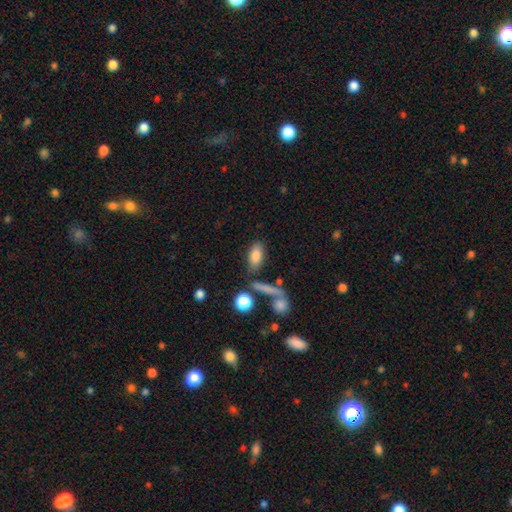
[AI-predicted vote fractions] smooth 81%, featured or disk 11%, star or artifact 8%. Down the decision tree: how rounded — in between (82%); merging — none (68%).